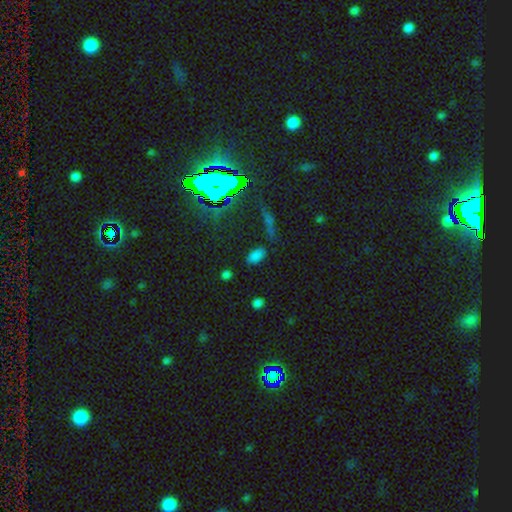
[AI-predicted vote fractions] smooth_or_featured: smooth (p=0.73) [alt: star or artifact p=0.21]
how_rounded: in between (p=0.91) [alt: round p=0.05]
merging: none (p=0.80) [alt: minor disturbance p=0.13]